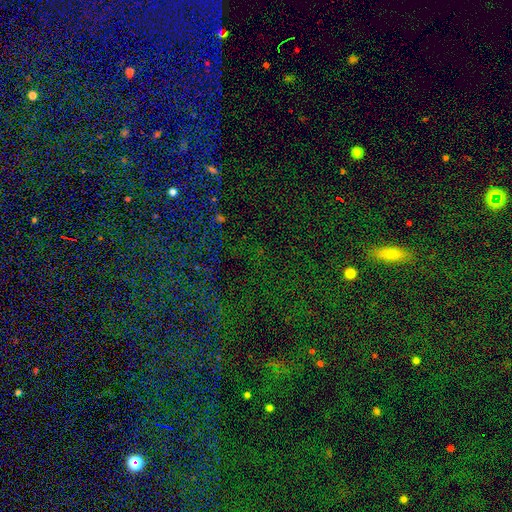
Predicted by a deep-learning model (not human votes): smooth-or-featured: star or artifact: 74% | smooth: 17% | featured or disk: 9%